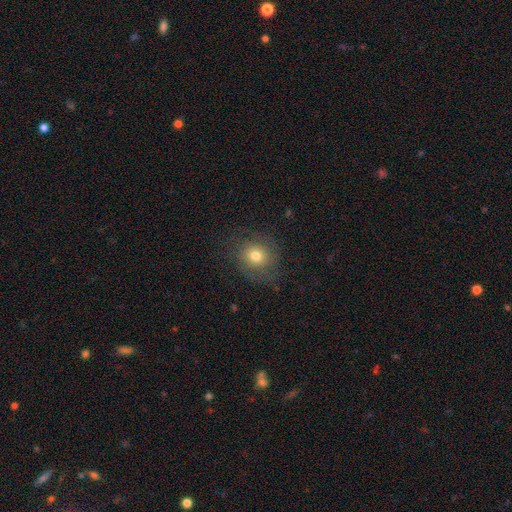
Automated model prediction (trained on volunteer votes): Smooth or featured? smooth (64%)
How rounded? round (79%)
Merging? none (75%)